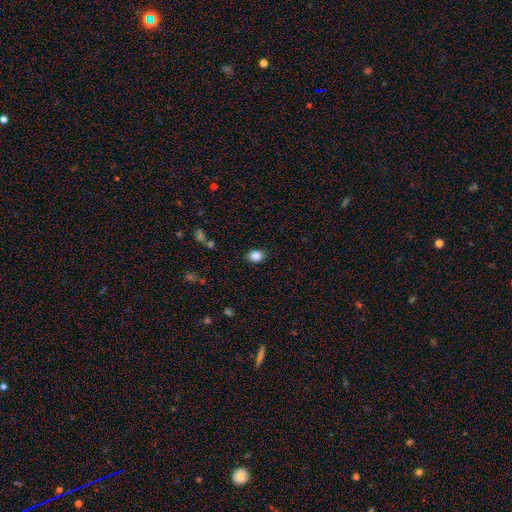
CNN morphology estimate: The model was most divided on "how rounded": in between: 61%, round: 38%, cigar-shaped: 1%. More confident: merging — none (86%); smooth or featured — smooth (86%).